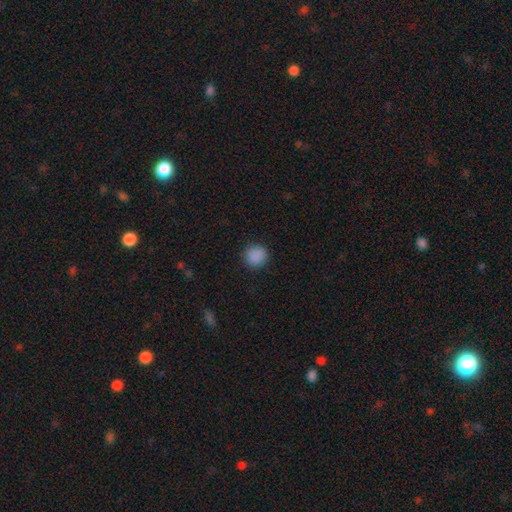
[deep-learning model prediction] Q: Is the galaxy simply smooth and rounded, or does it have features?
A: smooth — 88%.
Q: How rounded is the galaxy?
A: round — 91%.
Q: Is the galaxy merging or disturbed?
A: none — 90%.